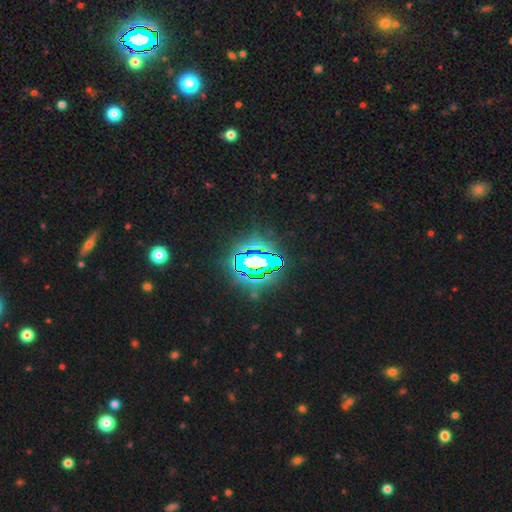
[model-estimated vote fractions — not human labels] Smooth or featured? Predicted: star or artifact (p=0.79).